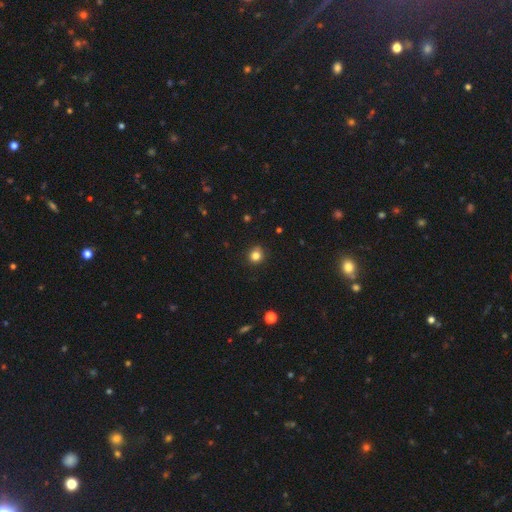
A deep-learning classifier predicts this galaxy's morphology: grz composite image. It shows a smooth galaxy with no disk features (82%) that is round (87%). Merging: none (87%).